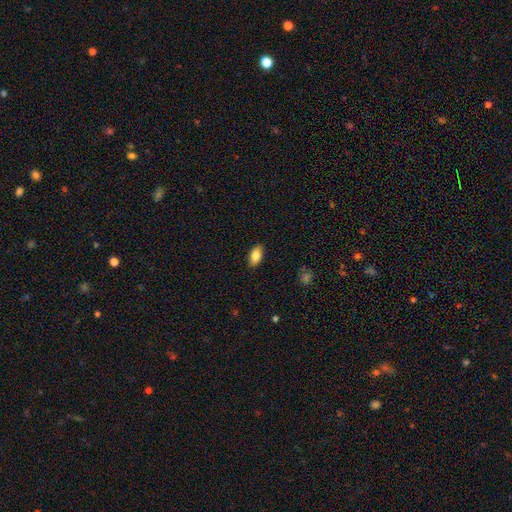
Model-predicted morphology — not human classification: smooth_or_featured: smooth (p=0.85) [alt: featured or disk p=0.08]
how_rounded: in between (p=0.91) [alt: round p=0.05]
merging: none (p=0.88) [alt: minor disturbance p=0.09]